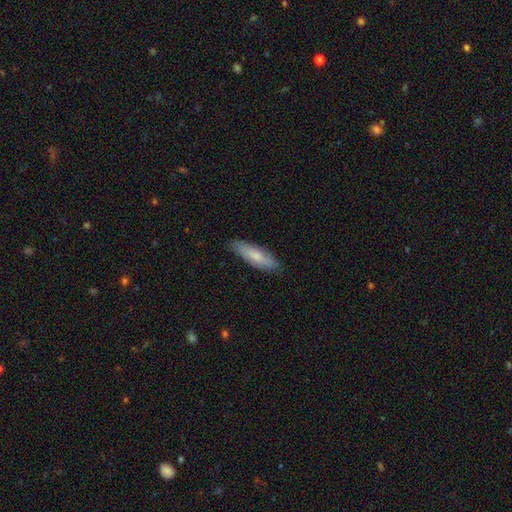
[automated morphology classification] Smooth or featured? smooth (73%)
How rounded? cigar-shaped (62%)
Merging? none (84%)